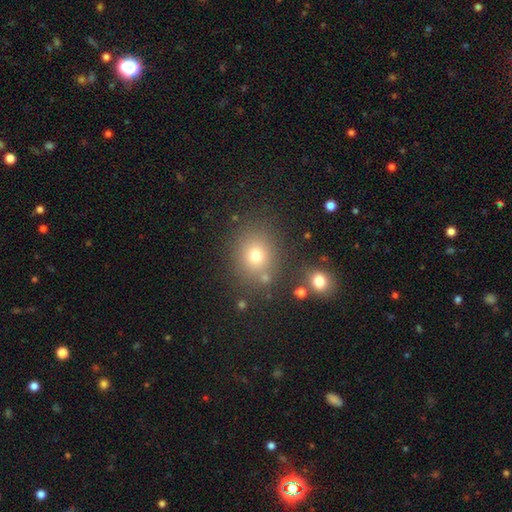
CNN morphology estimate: Smooth or featured? Predicted: smooth (p=0.72). How rounded? Predicted: round (p=0.69). Merging? Predicted: none (p=0.78).